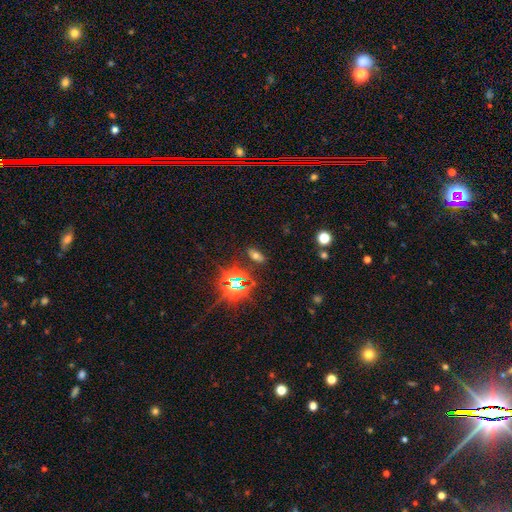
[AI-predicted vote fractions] The model was most divided on "smooth or featured": smooth: 49%, star or artifact: 37%, featured or disk: 14%. More confident: merging — none (83%).